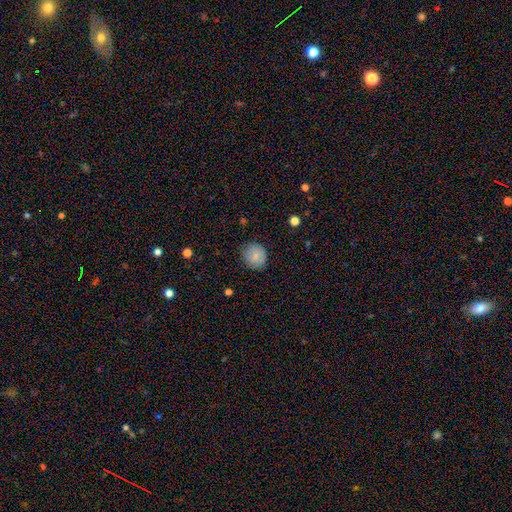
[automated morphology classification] type=smooth (82%); roundness=round (82%); merging=none (83%).